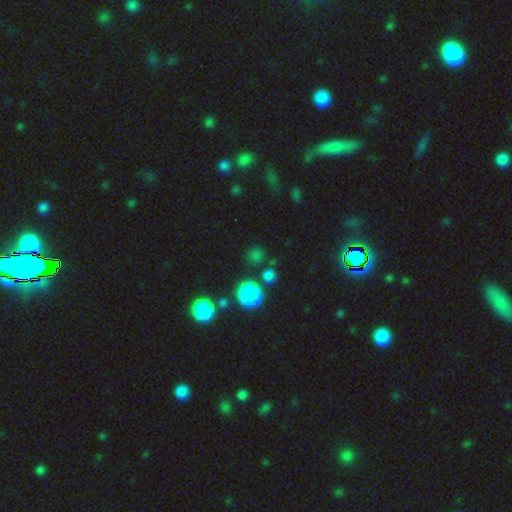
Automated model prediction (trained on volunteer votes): Smooth or featured?
  - smooth: 68% *
  - star or artifact: 25%
  - featured or disk: 6%
How rounded?
  - round: 87% *
  - in between: 11%
  - cigar-shaped: 1%
Merging?
  - none: 73% *
  - minor disturbance: 12%
  - merger: 10%
  - major disturbance: 6%